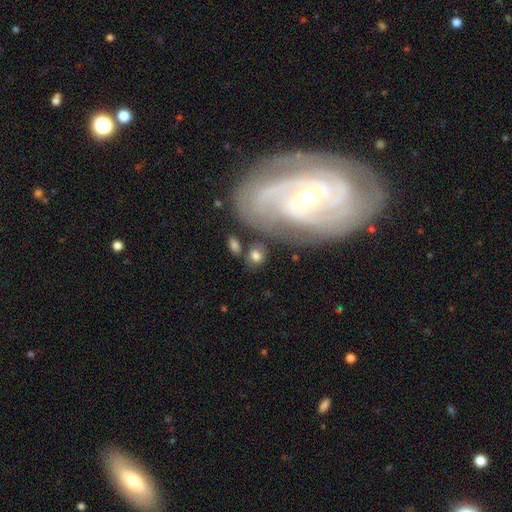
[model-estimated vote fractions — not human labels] Smooth or featured? Predicted: smooth (p=0.73). How rounded? Predicted: in between (p=0.56). Merging? Predicted: none (p=0.67).